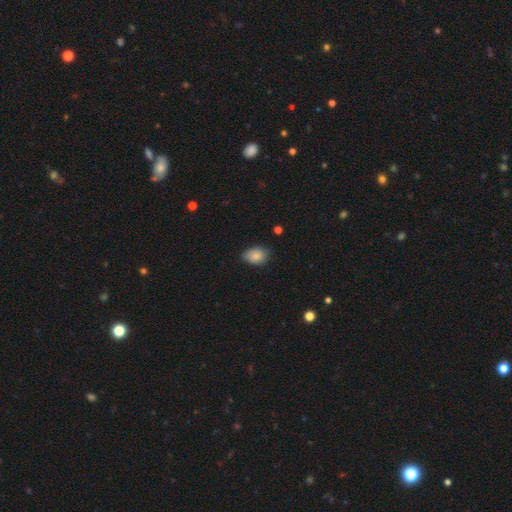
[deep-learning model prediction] The model was most divided on "merging": none: 70%, minor disturbance: 25%, major disturbance: 4%, merger: 1%. More confident: smooth or featured — smooth (85%); how rounded — in between (77%).